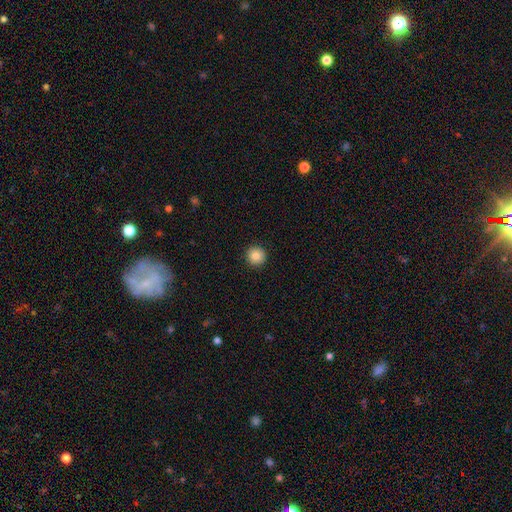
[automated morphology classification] A smooth galaxy with no disk features (85%) that is round (96%). Merging: none (93%).